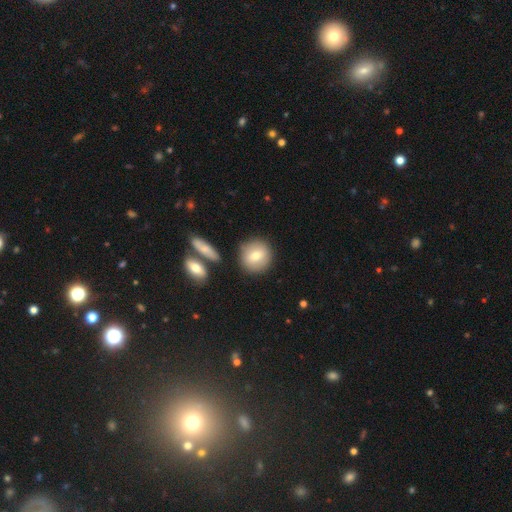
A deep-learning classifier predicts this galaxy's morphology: The model was most divided on "smooth or featured": smooth: 76%, featured or disk: 17%, star or artifact: 7%. More confident: how rounded — round (89%); merging — none (83%).